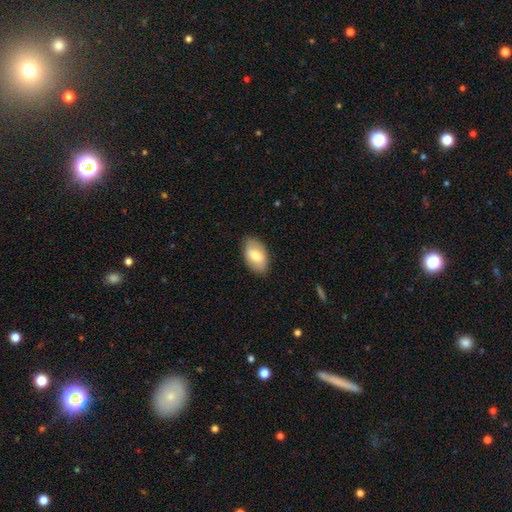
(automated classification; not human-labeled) smooth 70%, featured or disk 24%, star or artifact 6%. Down the decision tree: how rounded — in between (92%); merging — none (84%).